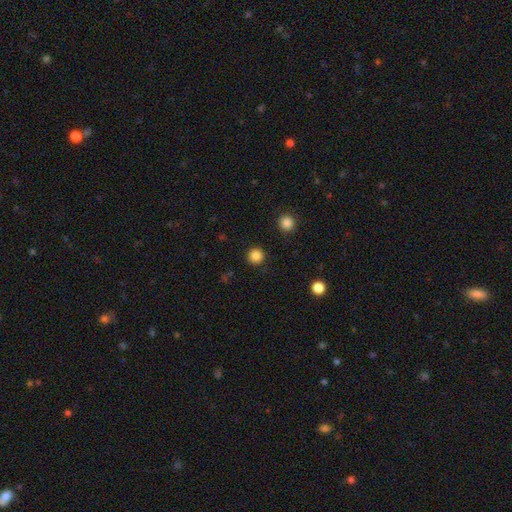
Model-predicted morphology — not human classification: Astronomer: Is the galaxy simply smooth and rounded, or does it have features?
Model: smooth — 85%.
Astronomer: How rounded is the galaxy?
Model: round — 95%.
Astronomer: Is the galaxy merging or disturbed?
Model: none — 92%.